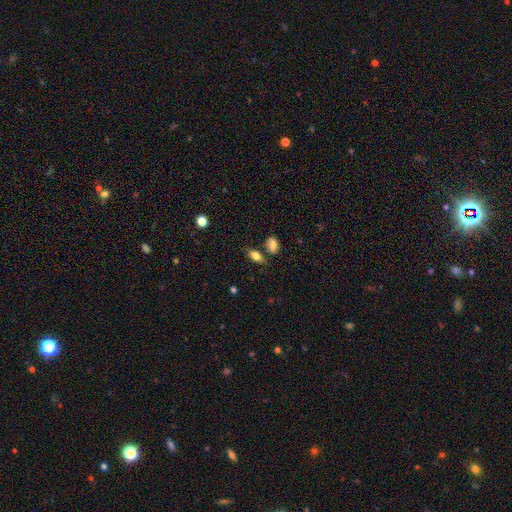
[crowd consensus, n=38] Morphology: type=smooth (82%); roundness=in between (90%); merging=none (71%).